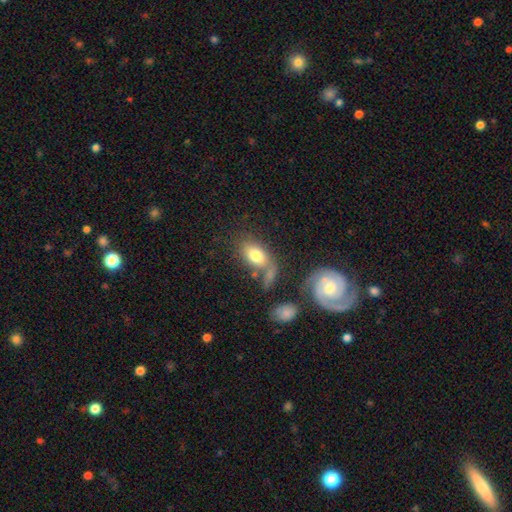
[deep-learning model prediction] This appears to be a smooth galaxy with no disk features (75%) that is in between round and cigar-shaped (86%). Merging: none (50%).